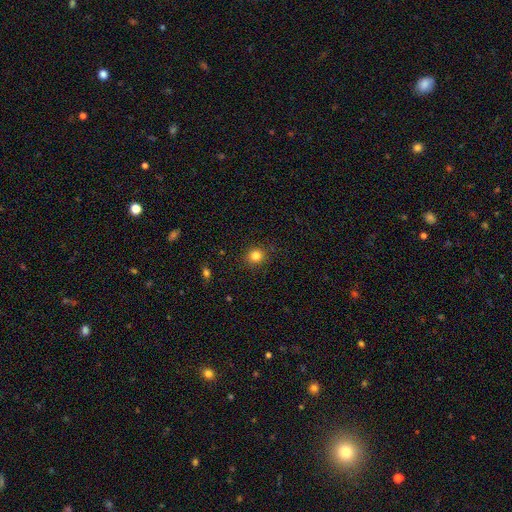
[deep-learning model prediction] Smooth or featured?
  - smooth: 83% *
  - star or artifact: 12%
  - featured or disk: 5%
How rounded?
  - round: 87% *
  - in between: 12%
  - cigar-shaped: 1%
Merging?
  - none: 89% *
  - minor disturbance: 8%
  - major disturbance: 2%
  - merger: 1%